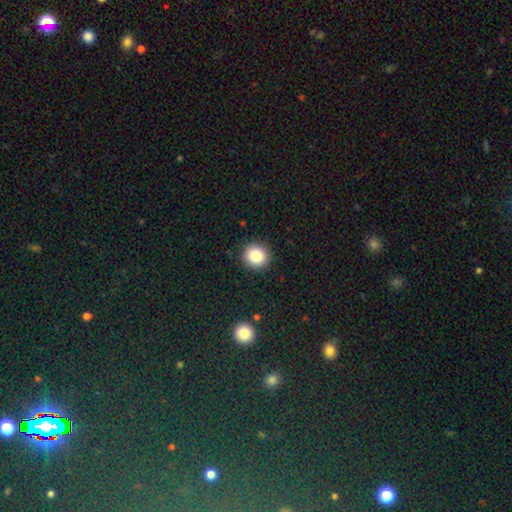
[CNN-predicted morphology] smooth-or-featured: smooth: 83% | star or artifact: 10% | featured or disk: 6%
  how-rounded: round: 87% | in between: 12% | cigar-shaped: 1%
  merging: none: 91% | minor disturbance: 6% | major disturbance: 2% | merger: 1%